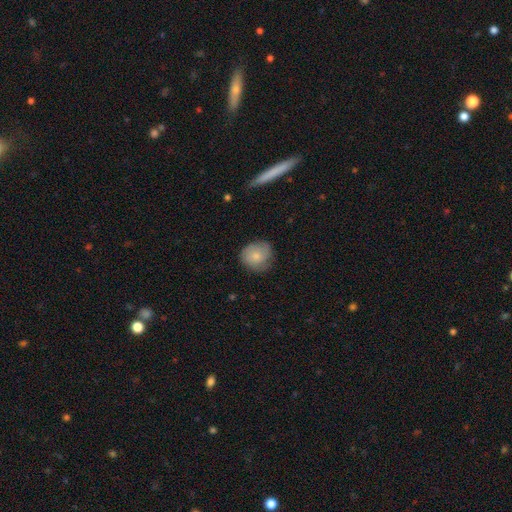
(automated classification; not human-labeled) Q: Smooth or featured?
A: smooth (73%); runner-up: featured or disk (20%)
Q: How rounded?
A: round (84%); runner-up: in between (15%)
Q: Merging?
A: none (71%); runner-up: minor disturbance (22%)